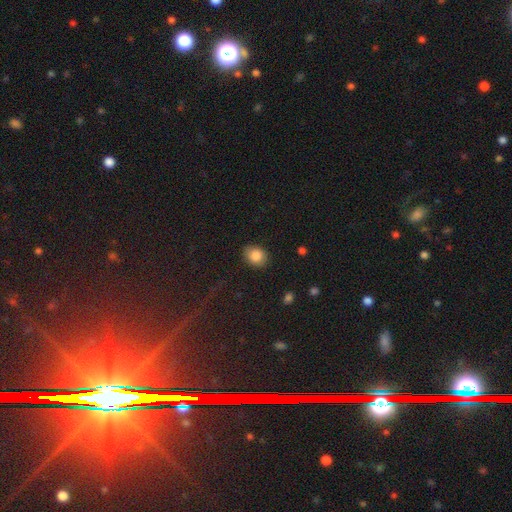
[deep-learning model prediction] smooth_or_featured: smooth (p=0.85) [alt: star or artifact p=0.09]
how_rounded: in between (p=0.53) [alt: round p=0.46]
merging: none (p=0.83) [alt: minor disturbance p=0.13]